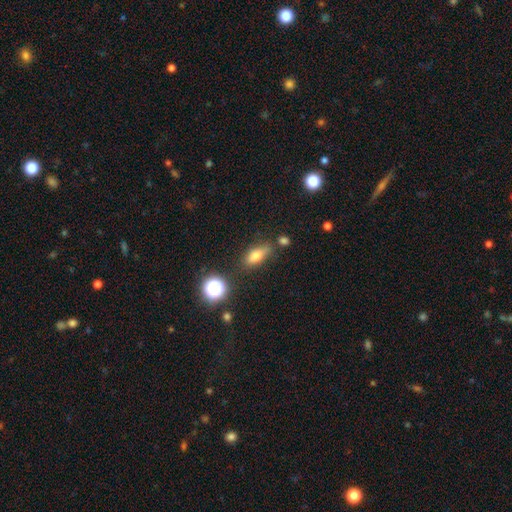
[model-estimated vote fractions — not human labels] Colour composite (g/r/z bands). It shows a smooth galaxy with no disk features (70%) that is in between round and cigar-shaped (68%). Merging: none (70%).